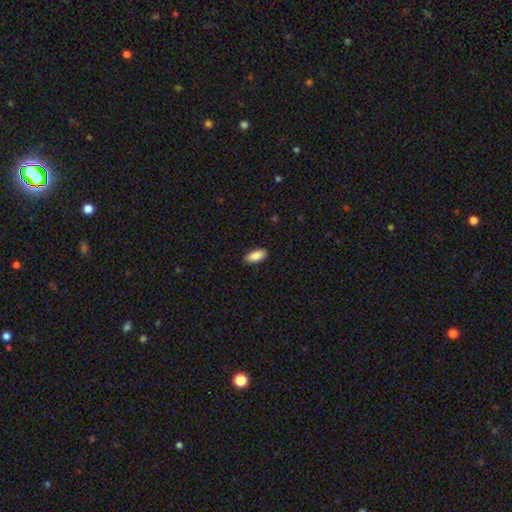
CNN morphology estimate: Overall: smooth (88%). How rounded: in between (89%). Merging: none (89%).